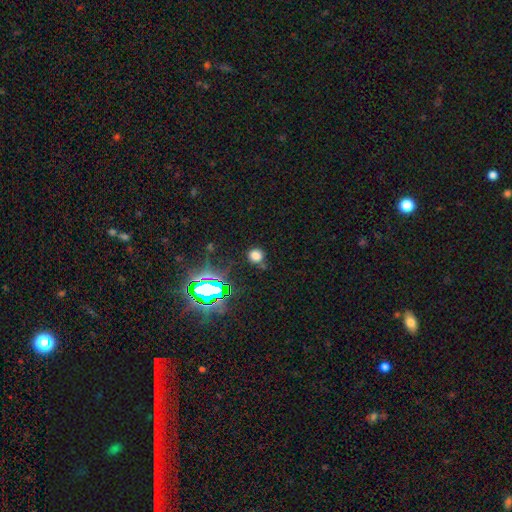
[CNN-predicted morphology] type=smooth (68%); roundness=round (86%); merging=none (79%).